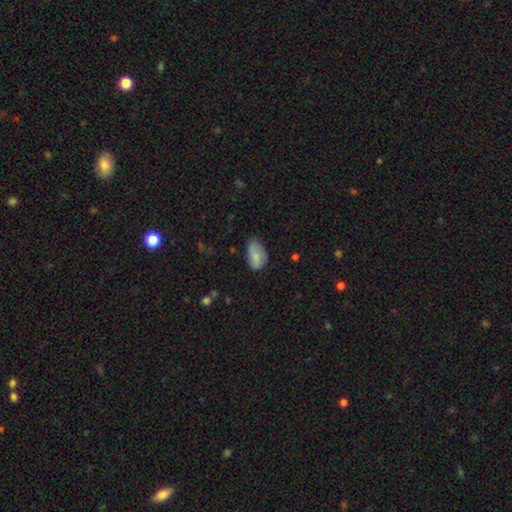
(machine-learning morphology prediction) Smooth or featured: smooth — 80% (featured or disk — 13%)
How rounded: in between — 92% (round — 6%)
Merging: none — 57% (minor disturbance — 34%)